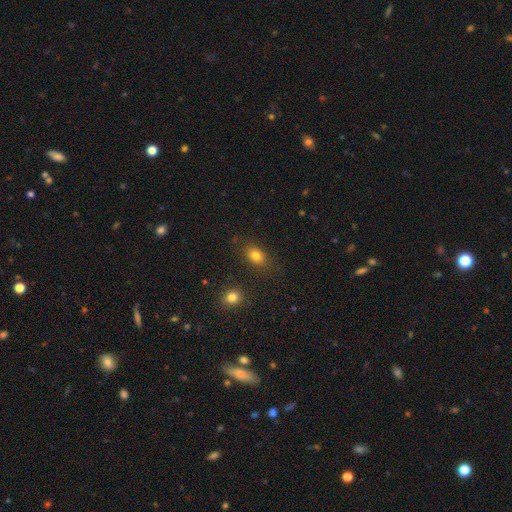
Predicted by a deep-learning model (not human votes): Overall: smooth (81%). How rounded: in between (76%). Merging: none (82%).